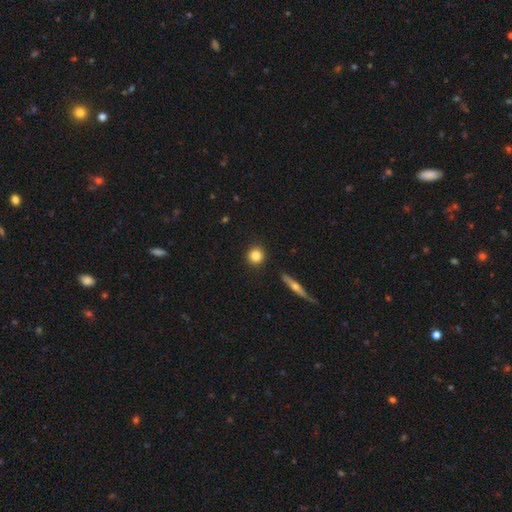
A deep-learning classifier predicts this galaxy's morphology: This appears to be a smooth galaxy with no disk features (83%) that is round (92%). Merging: none (91%).